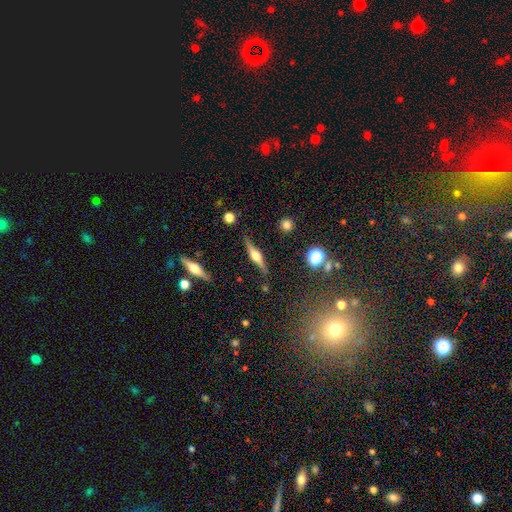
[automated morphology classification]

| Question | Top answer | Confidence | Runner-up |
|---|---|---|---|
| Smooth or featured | featured or disk | 71% | smooth (23%) |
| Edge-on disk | yes | 92% | no (8%) |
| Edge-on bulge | rounded | 90% | boxy (8%) |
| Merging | none | 79% | minor disturbance (15%) |